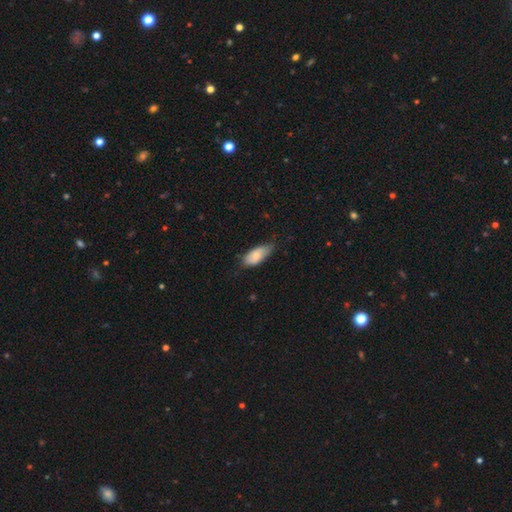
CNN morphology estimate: type=smooth (77%); roundness=in between (89%); merging=none (58%).